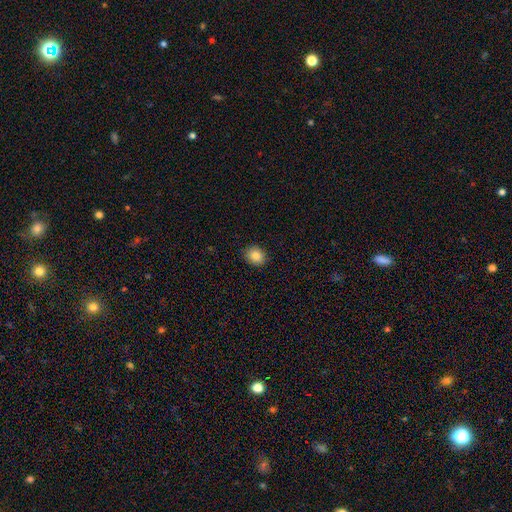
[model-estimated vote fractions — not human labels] smooth-or-featured: smooth: 86% | star or artifact: 9% | featured or disk: 5%
  how-rounded: round: 61% | in between: 38% | cigar-shaped: 1%
  merging: none: 90% | minor disturbance: 8% | major disturbance: 2% | merger: 1%